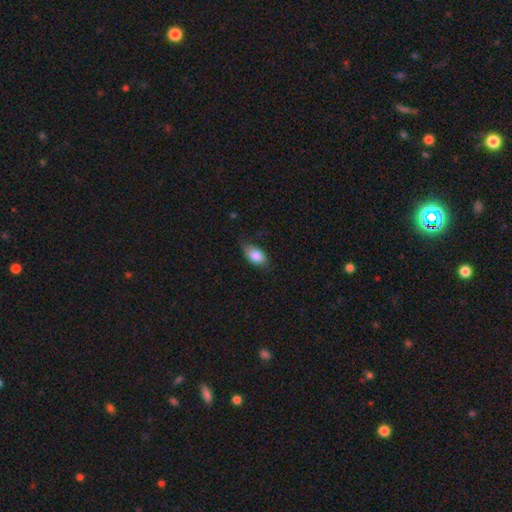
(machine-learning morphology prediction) Smooth or featured? Predicted: smooth (p=0.81). How rounded? Predicted: in between (p=0.87). Merging? Predicted: none (p=0.64).